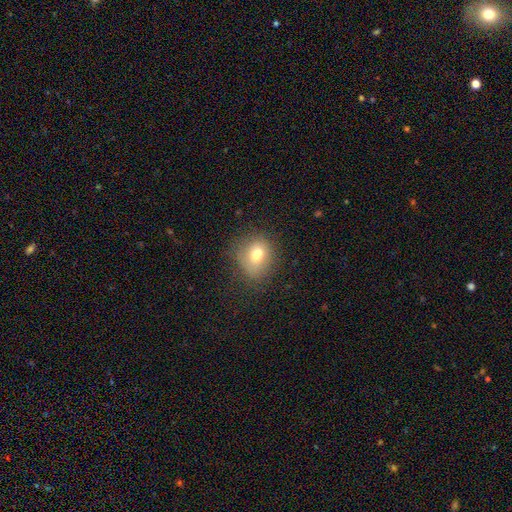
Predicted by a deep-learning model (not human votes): Smooth or featured?
  - smooth: 70% *
  - featured or disk: 18%
  - star or artifact: 12%
How rounded?
  - round: 65% *
  - in between: 34%
  - cigar-shaped: 1%
Merging?
  - none: 52% *
  - merger: 20%
  - minor disturbance: 19%
  - major disturbance: 8%